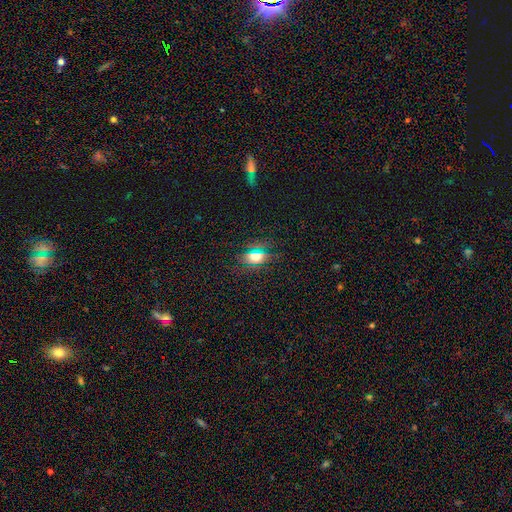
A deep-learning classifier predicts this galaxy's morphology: Smooth or featured: smooth — 59% (star or artifact — 26%)
How rounded: in between — 66% (round — 27%)
Merging: none — 83% (minor disturbance — 11%)